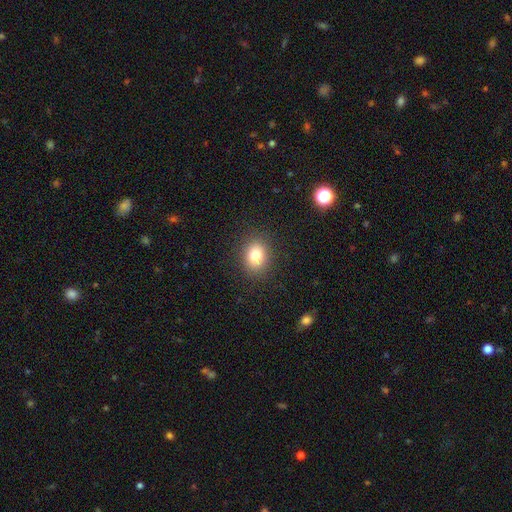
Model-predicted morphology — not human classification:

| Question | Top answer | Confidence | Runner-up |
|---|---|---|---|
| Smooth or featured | smooth | 79% | star or artifact (12%) |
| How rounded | round | 52% | in between (47%) |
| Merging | none | 88% | minor disturbance (8%) |